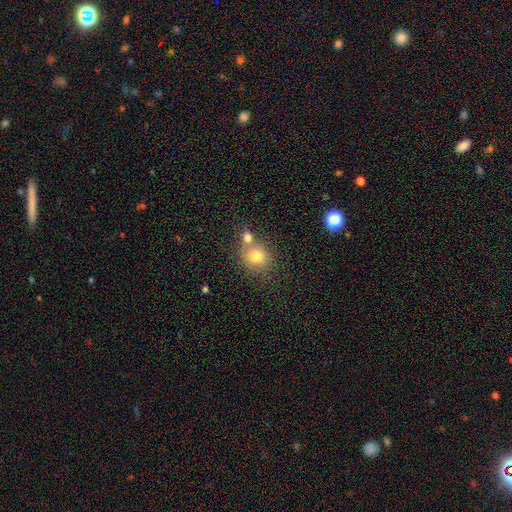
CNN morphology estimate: smooth-or-featured: smooth: 77% | featured or disk: 12% | star or artifact: 11%
  how-rounded: round: 77% | in between: 22% | cigar-shaped: 1%
  merging: none: 48% | merger: 38% | minor disturbance: 10% | major disturbance: 4%